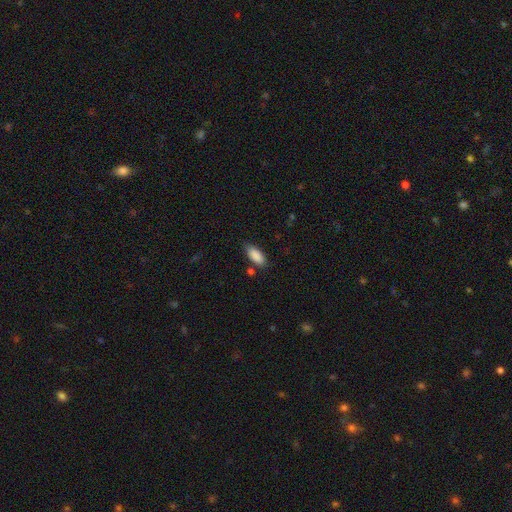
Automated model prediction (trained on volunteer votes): Overall: smooth (88%). How rounded: in between (84%). Merging: none (76%).